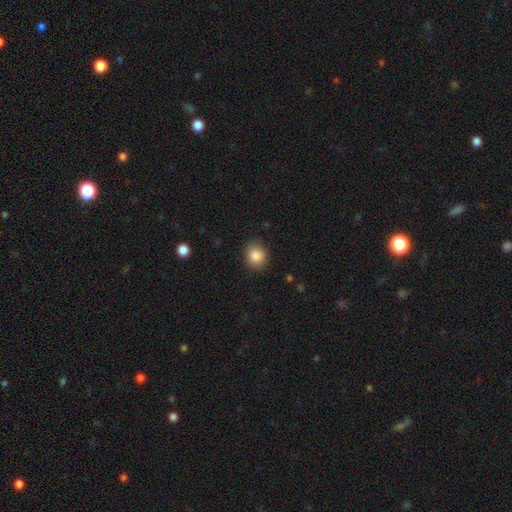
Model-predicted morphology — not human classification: Smooth or featured: smooth — 87% (star or artifact — 9%)
How rounded: round — 68% (in between — 31%)
Merging: none — 86% (minor disturbance — 10%)